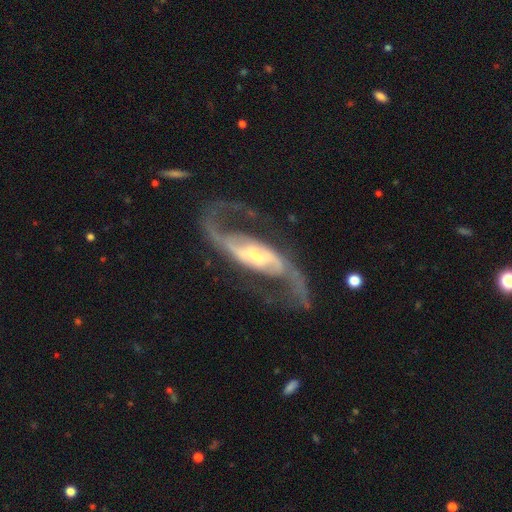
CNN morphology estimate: Overall: featured or disk (91%). Edge-on disk: no (92%). Bar: strong (47%; weak 36%). Spiral arms: yes (96%). Spiral arm count: 2 (93%). Spiral winding: loose (60%; medium 32%). Bulge size: moderate (49%; small 37%). Merging: none (70%).